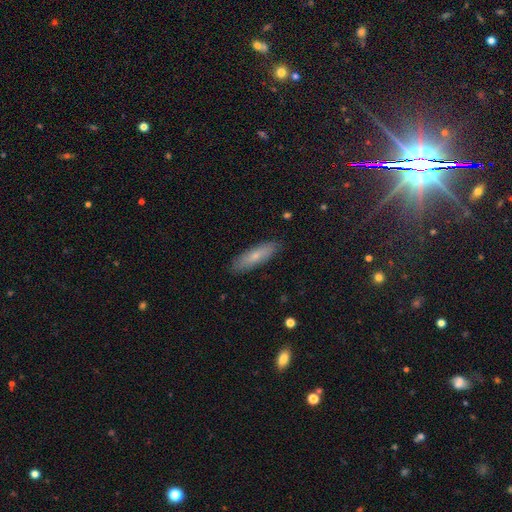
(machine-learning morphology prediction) Smooth or featured?
  - smooth: 69% *
  - featured or disk: 24%
  - star or artifact: 7%
How rounded?
  - cigar-shaped: 62% *
  - in between: 36%
  - round: 2%
Merging?
  - none: 88% *
  - minor disturbance: 9%
  - major disturbance: 2%
  - merger: 1%